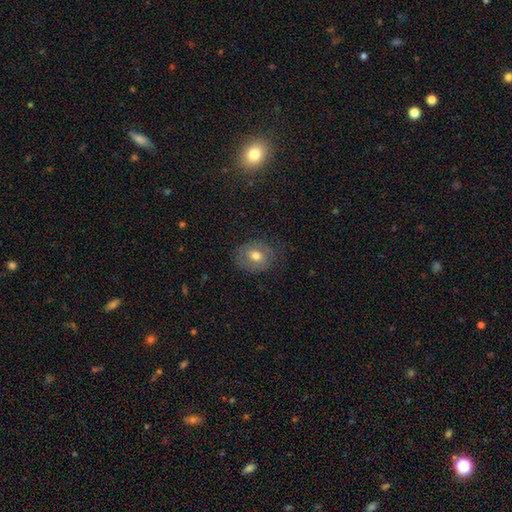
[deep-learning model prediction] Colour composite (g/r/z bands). It shows a smooth galaxy with no disk features (56%) that is round (58%). Merging: none (76%).